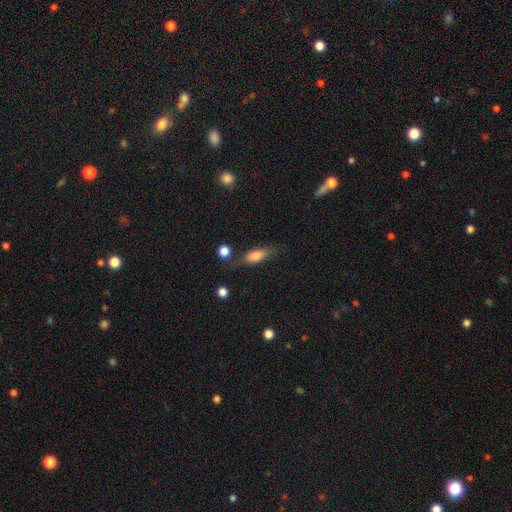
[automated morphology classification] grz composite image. It shows a smooth galaxy with no disk features (66%) that is in between round and cigar-shaped (63%). Merging: none (67%).